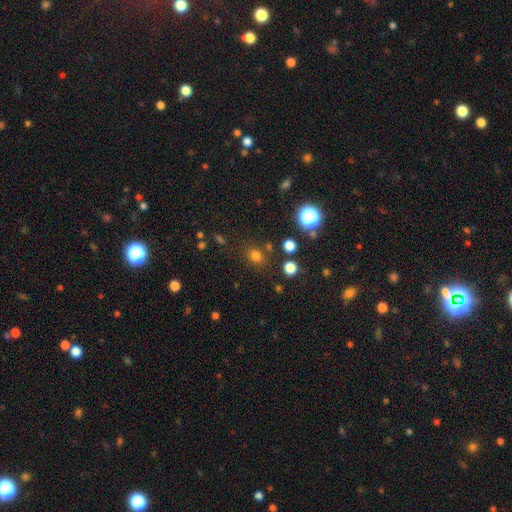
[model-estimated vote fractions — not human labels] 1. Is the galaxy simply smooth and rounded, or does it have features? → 74% smooth, 20% star or artifact, 6% featured or disk.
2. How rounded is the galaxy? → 57% round, 42% in between, 1% cigar-shaped.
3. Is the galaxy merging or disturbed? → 79% none, 11% minor disturbance, 5% merger, 4% major disturbance.